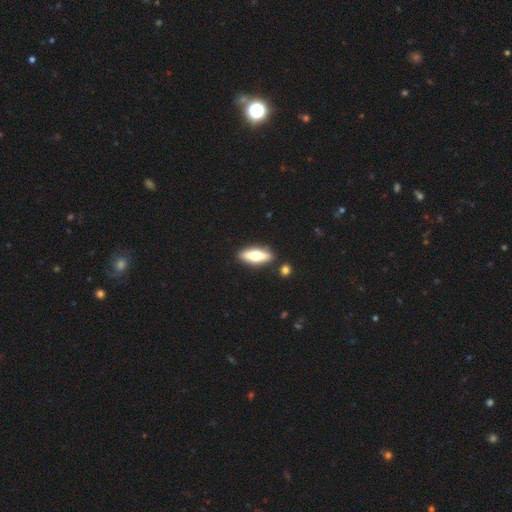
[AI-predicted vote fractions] A smooth galaxy with no disk features (57%) that is in between round and cigar-shaped (58%).

Vote fractions:
- Smooth or featured? smooth: 57% / featured or disk: 37% / star or artifact: 6%
- How rounded? in between: 58% / cigar-shaped: 40% / round: 3%
- Merging? none: 86% / minor disturbance: 8% / merger: 4% / major disturbance: 2%